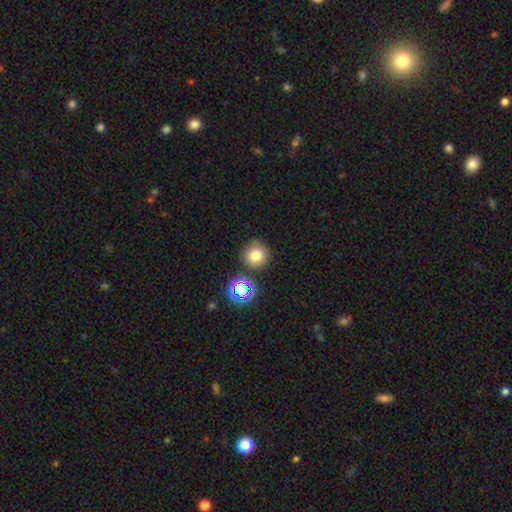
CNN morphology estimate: Smooth or featured: smooth — 75% (star or artifact — 17%)
How rounded: round — 92% (in between — 7%)
Merging: none — 80% (minor disturbance — 10%)